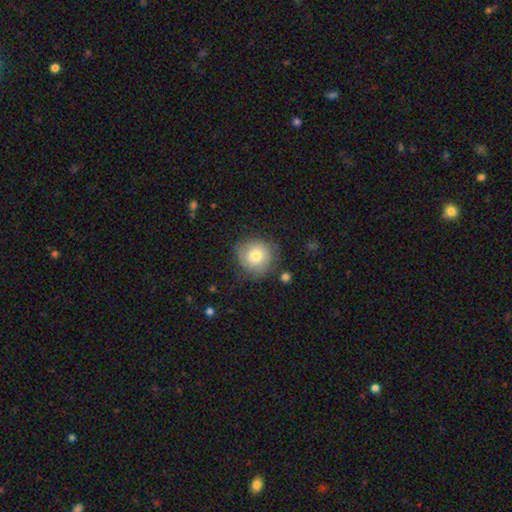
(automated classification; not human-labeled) This is likely a smooth galaxy (72%). How rounded: clearly round (89%). Merging: likely none (72%).